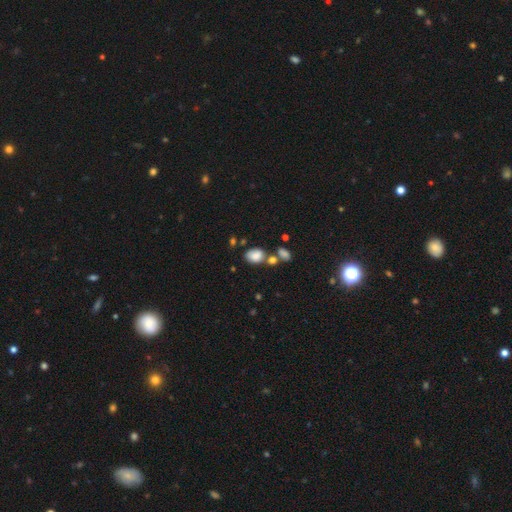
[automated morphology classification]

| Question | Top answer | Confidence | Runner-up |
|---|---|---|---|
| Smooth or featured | smooth | 83% | star or artifact (10%) |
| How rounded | in between | 78% | round (21%) |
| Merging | none | 53% | merger (25%) |